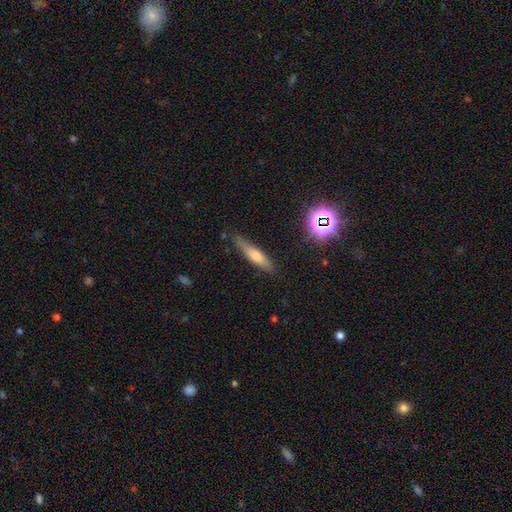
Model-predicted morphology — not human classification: This appears to be a smooth galaxy with no disk features (61%) that is cigar-shaped (79%). Merging: none (80%).